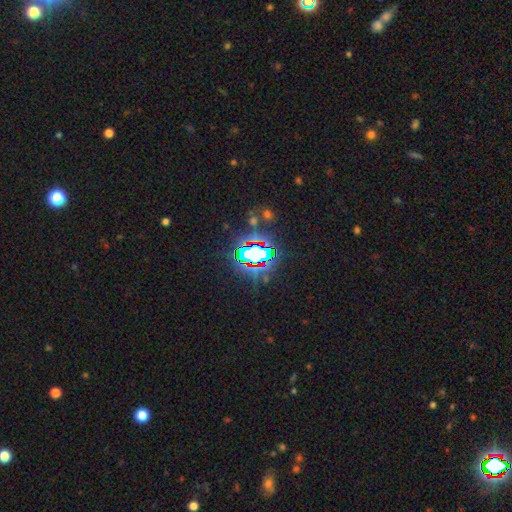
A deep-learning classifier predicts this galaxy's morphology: Smooth or featured?
  - star or artifact: 71% *
  - smooth: 17%
  - featured or disk: 12%